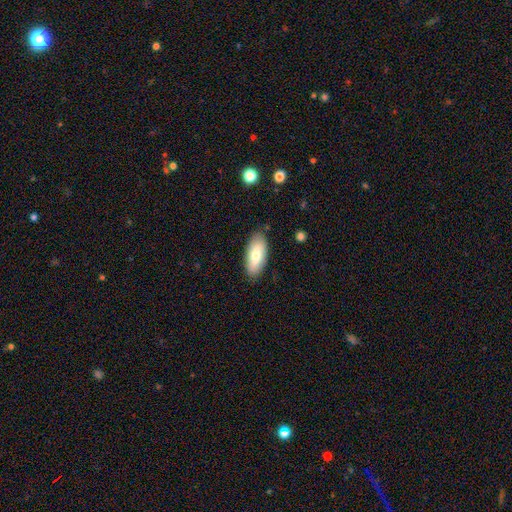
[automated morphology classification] Overall: smooth (76%). How rounded: in between (86%). Merging: none (85%).